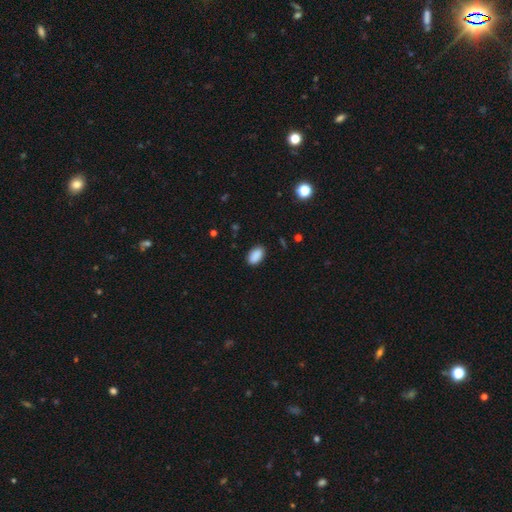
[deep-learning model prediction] The model was most divided on "merging": none: 87%, minor disturbance: 9%, major disturbance: 2%, merger: 1%. More confident: how rounded — in between (92%); smooth or featured — smooth (89%).